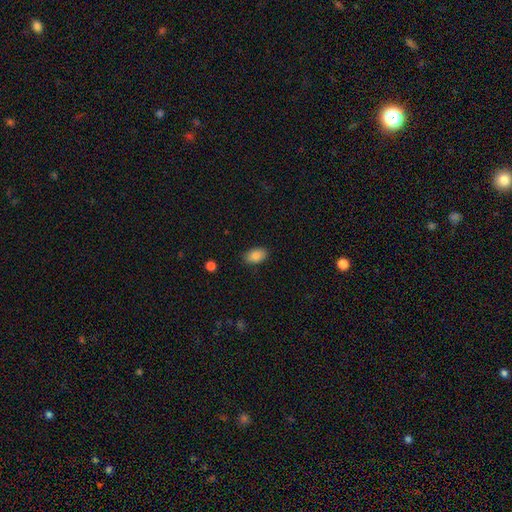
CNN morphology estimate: smooth-or-featured: smooth: 86% | star or artifact: 8% | featured or disk: 6%
  how-rounded: in between: 90% | round: 9% | cigar-shaped: 1%
  merging: none: 86% | minor disturbance: 10% | major disturbance: 2% | merger: 1%